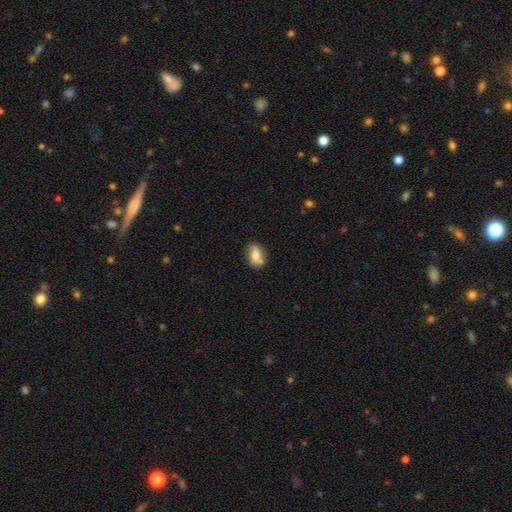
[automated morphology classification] This appears to be a smooth galaxy with no disk features (69%) that is in between round and cigar-shaped (82%). Merging: none (61%).